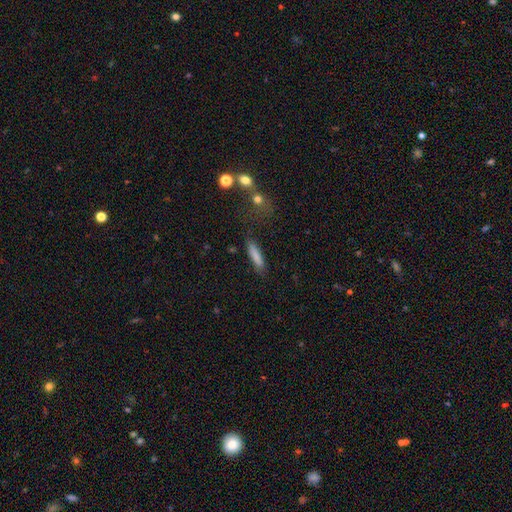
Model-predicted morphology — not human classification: Smooth or featured? Predicted: smooth (p=0.83). How rounded? Predicted: cigar-shaped (p=0.80). Merging? Predicted: none (p=0.80).